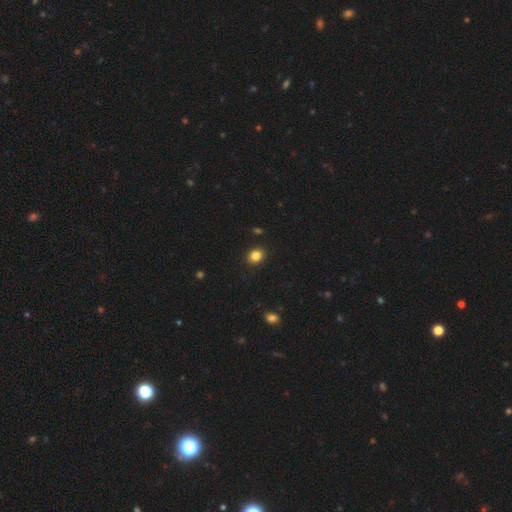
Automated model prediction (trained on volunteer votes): Smooth or featured? Predicted: smooth (p=0.84). How rounded? Predicted: round (p=0.57). Merging? Predicted: none (p=0.90).